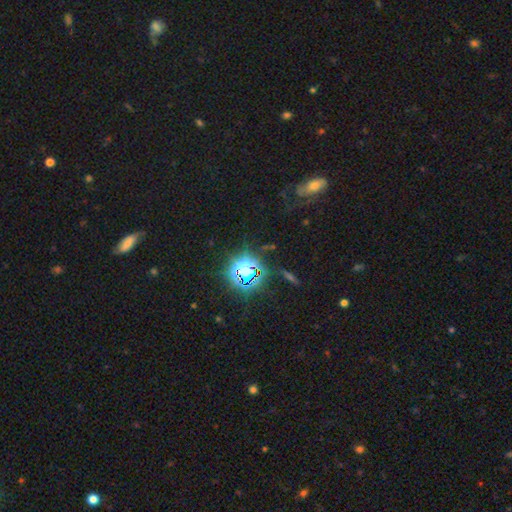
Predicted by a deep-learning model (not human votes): Morphology: type=star or artifact (76%).